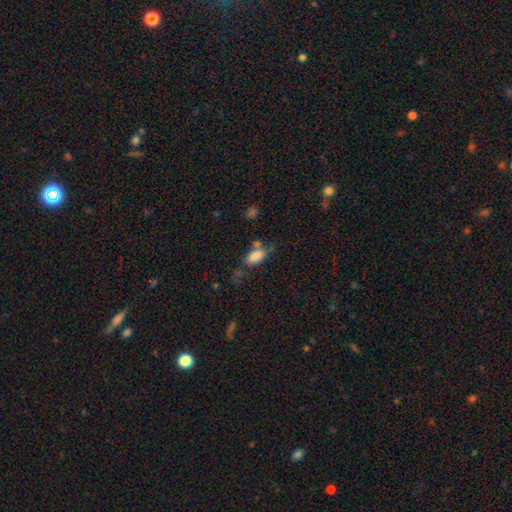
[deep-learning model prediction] Smooth or featured? Predicted: smooth (p=0.82). How rounded? Predicted: in between (p=0.90). Merging? Predicted: none (p=0.46).